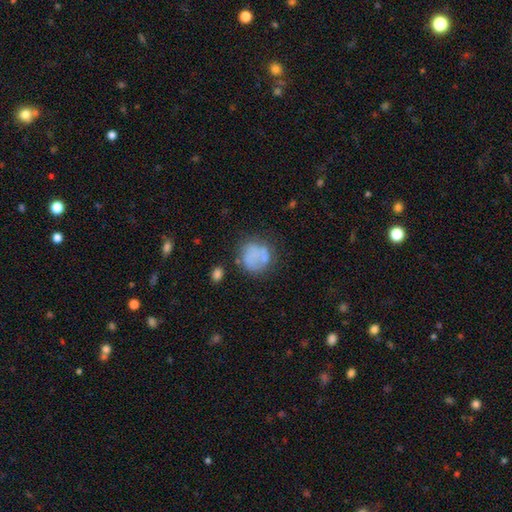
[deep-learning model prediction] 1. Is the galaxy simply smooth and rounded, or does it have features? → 62% smooth, 27% featured or disk, 11% star or artifact.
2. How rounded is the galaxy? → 82% round, 17% in between, 1% cigar-shaped.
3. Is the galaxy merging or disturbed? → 52% none, 23% minor disturbance, 15% major disturbance, 10% merger.